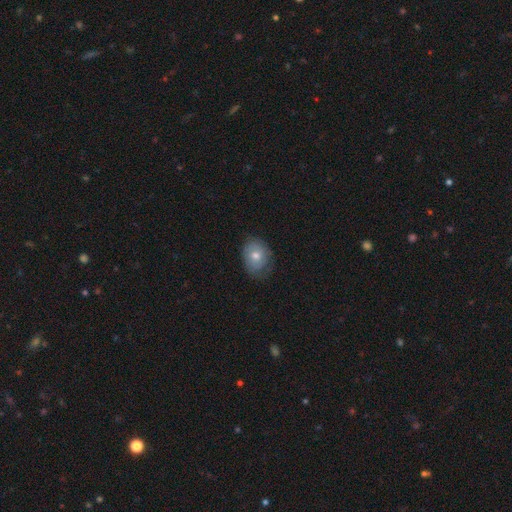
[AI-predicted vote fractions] This appears to be a smooth galaxy with no disk features (65%) that is in between round and cigar-shaped (55%). Merging: none (67%).